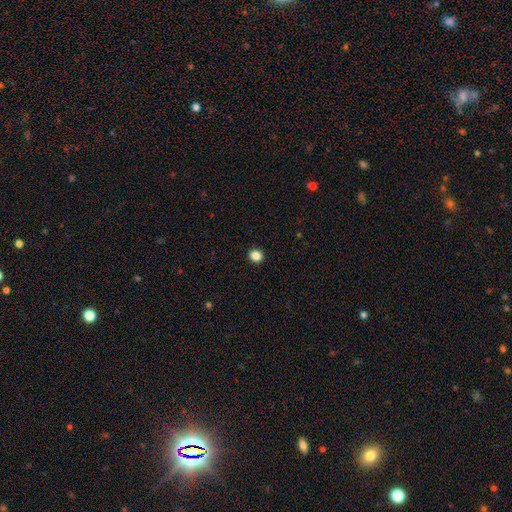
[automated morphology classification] Q: Smooth or featured?
A: smooth (86%); runner-up: star or artifact (11%)
Q: How rounded?
A: round (80%); runner-up: in between (19%)
Q: Merging?
A: none (93%); runner-up: minor disturbance (5%)